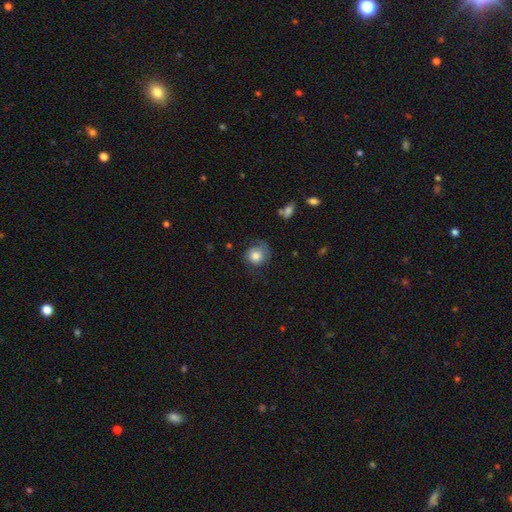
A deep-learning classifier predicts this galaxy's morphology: smooth-or-featured: smooth: 68% | featured or disk: 24% | star or artifact: 8%
  how-rounded: round: 83% | in between: 16% | cigar-shaped: 1%
  merging: none: 58% | minor disturbance: 24% | major disturbance: 16% | merger: 2%